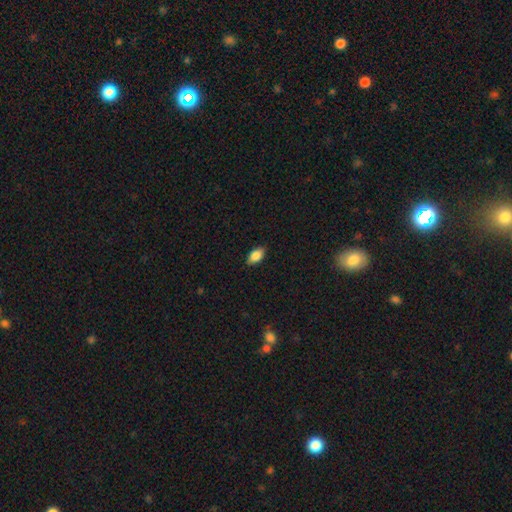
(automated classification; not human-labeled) Smooth or featured?
  - smooth: 86% *
  - star or artifact: 7%
  - featured or disk: 7%
How rounded?
  - in between: 92% *
  - round: 5%
  - cigar-shaped: 3%
Merging?
  - none: 86% *
  - minor disturbance: 11%
  - major disturbance: 2%
  - merger: 1%